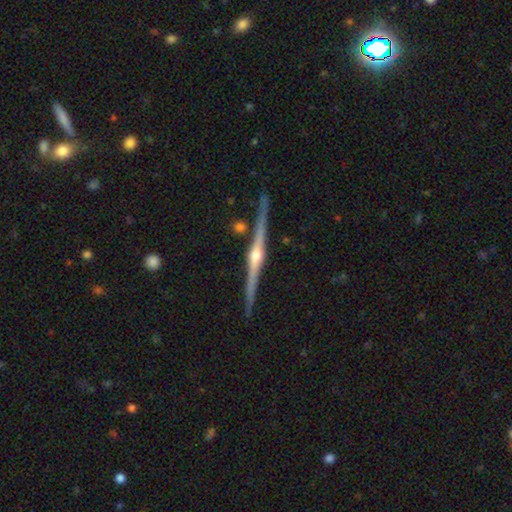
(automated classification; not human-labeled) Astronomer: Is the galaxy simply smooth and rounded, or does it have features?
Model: featured or disk — 88%.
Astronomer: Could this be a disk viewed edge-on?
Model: yes — 99%.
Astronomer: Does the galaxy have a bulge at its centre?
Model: rounded — 93%.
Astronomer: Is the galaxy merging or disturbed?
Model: none — 88%.